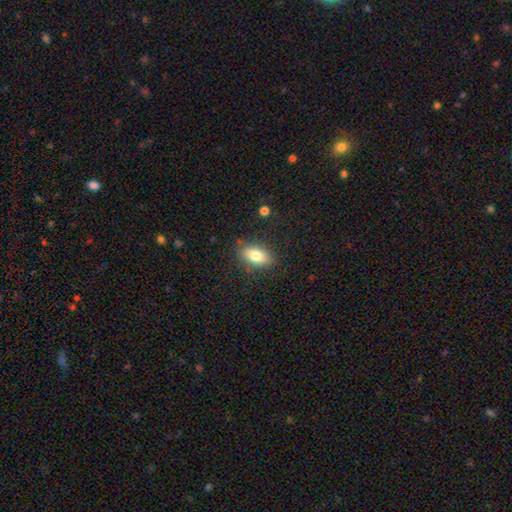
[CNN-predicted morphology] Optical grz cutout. It shows a smooth galaxy with no disk features (79%) that is in between round and cigar-shaped (88%). Merging: none (85%).